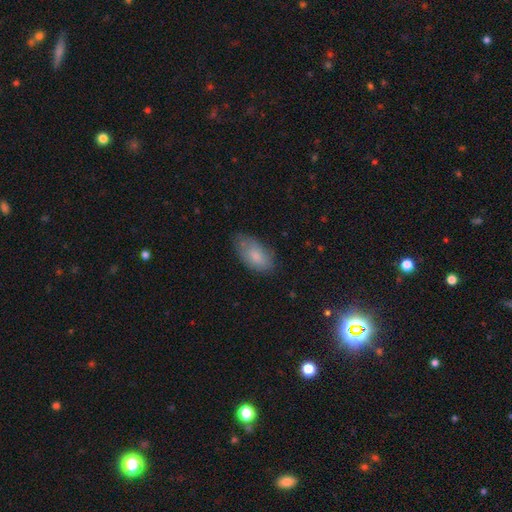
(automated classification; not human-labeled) A smooth galaxy with no disk features (77%) that is in between round and cigar-shaped (93%).

Vote fractions:
- Smooth or featured? smooth: 77% / featured or disk: 16% / star or artifact: 7%
- How rounded? in between: 93% / cigar-shaped: 4% / round: 3%
- Merging? none: 64% / minor disturbance: 28% / major disturbance: 7% / merger: 2%